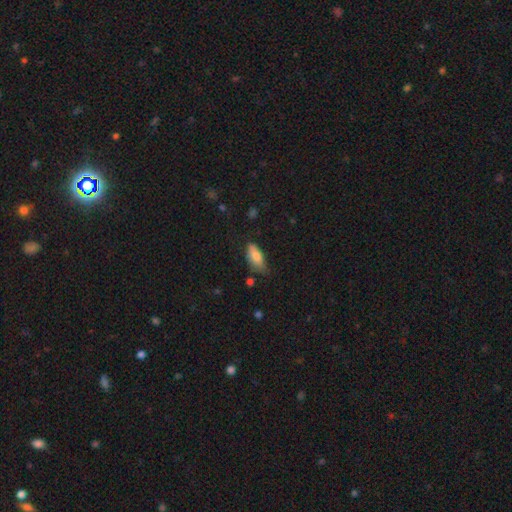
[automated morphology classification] smooth-or-featured: smooth: 80% | featured or disk: 13% | star or artifact: 7%
  how-rounded: in between: 83% | cigar-shaped: 14% | round: 2%
  merging: none: 53% | minor disturbance: 35% | major disturbance: 9% | merger: 3%